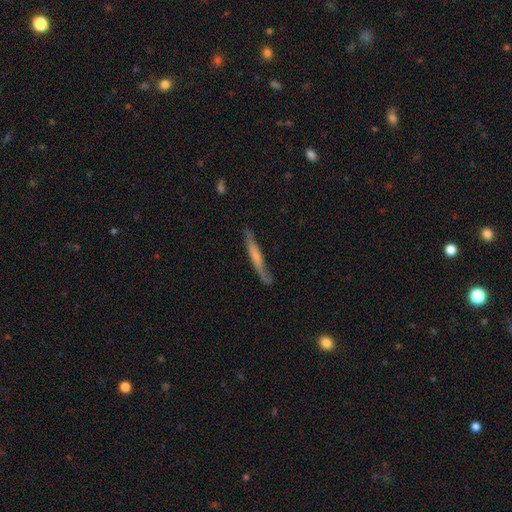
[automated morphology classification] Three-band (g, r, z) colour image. It shows a featured or disk galaxy (48%). Merging: none (67%).